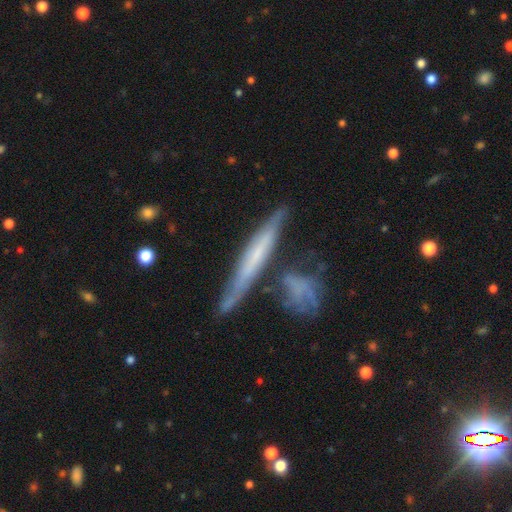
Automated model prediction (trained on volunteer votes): featured or disk 59%, smooth 34%, star or artifact 7%. Down the decision tree: edge-on disk — yes (84%); merging — none (61%).